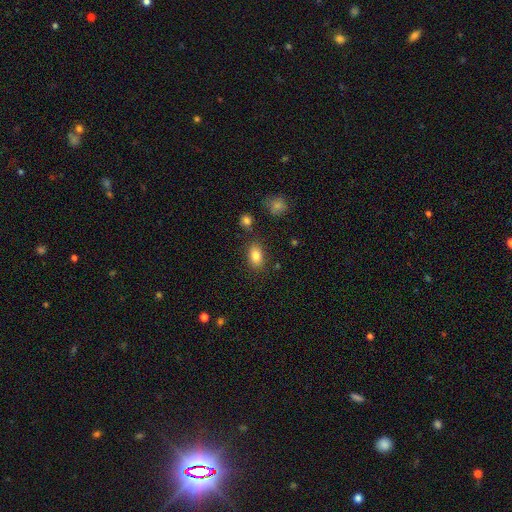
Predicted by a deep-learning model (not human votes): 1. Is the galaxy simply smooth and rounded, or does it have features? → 83% smooth, 9% star or artifact, 7% featured or disk.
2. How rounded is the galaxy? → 85% in between, 13% round, 2% cigar-shaped.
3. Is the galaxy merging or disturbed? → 81% none, 12% minor disturbance, 4% merger, 3% major disturbance.